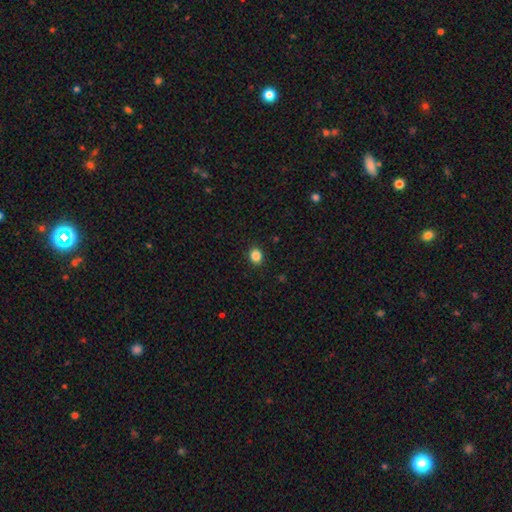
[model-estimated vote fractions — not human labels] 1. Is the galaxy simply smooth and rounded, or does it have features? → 86% smooth, 11% star or artifact, 3% featured or disk.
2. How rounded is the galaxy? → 70% round, 29% in between, 1% cigar-shaped.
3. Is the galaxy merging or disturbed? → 91% none, 6% minor disturbance, 2% major disturbance, 1% merger.